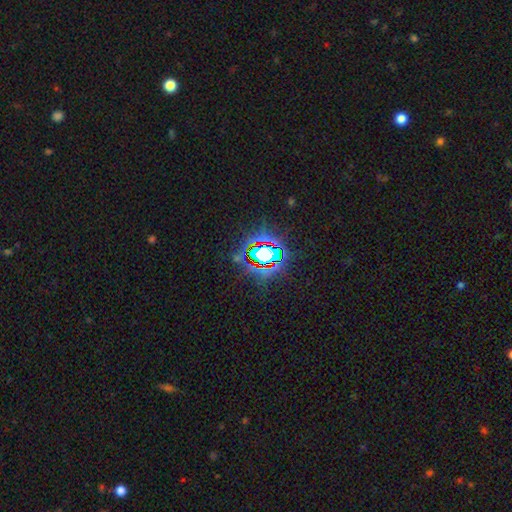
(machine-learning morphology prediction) Overall: star or artifact (80%).